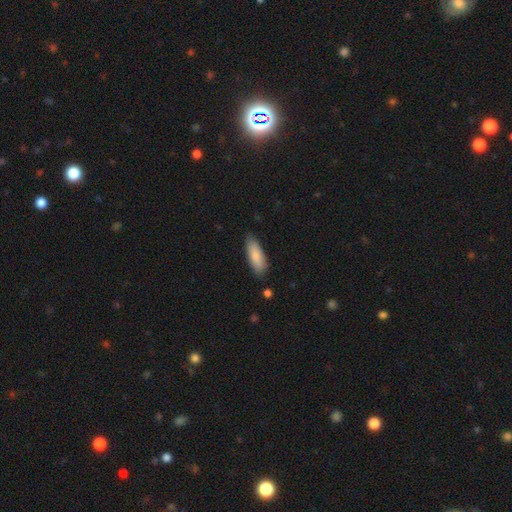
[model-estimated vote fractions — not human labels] A smooth galaxy with no disk features (85%) that is in between round and cigar-shaped (62%).

Vote fractions:
- Smooth or featured? smooth: 85% / featured or disk: 9% / star or artifact: 6%
- How rounded? in between: 62% / cigar-shaped: 36% / round: 2%
- Merging? none: 82% / minor disturbance: 14% / major disturbance: 2% / merger: 2%